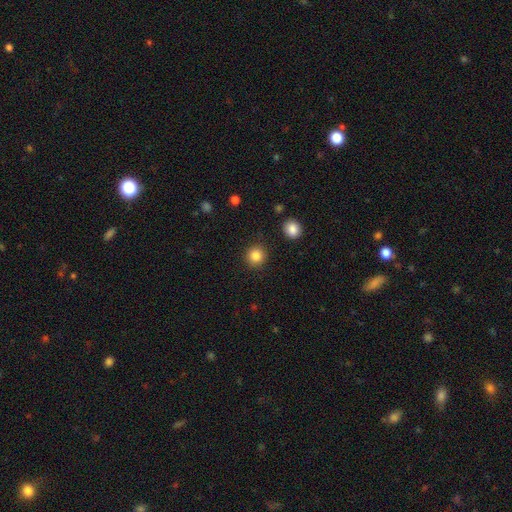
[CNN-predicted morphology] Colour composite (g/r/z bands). It shows a smooth galaxy with no disk features (85%) that is round (94%). Merging: none (91%).